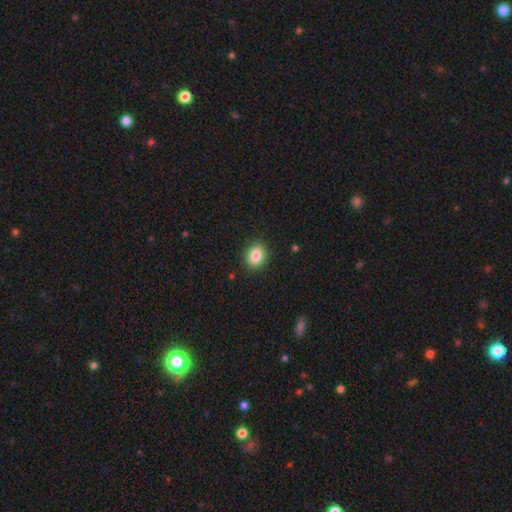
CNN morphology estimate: type=smooth (85%); roundness=round (50%); merging=none (89%).